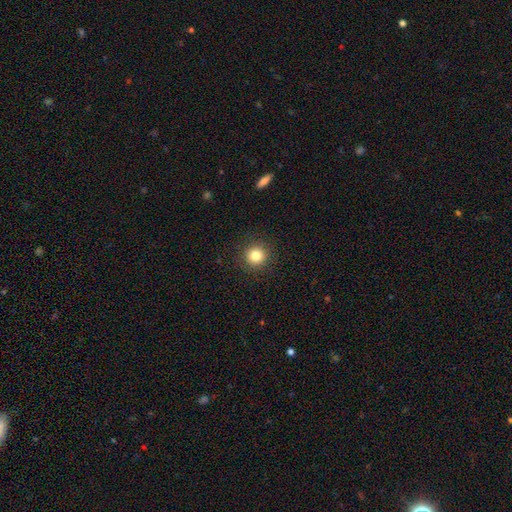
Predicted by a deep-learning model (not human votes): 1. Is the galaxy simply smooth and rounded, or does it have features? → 83% smooth, 11% star or artifact, 6% featured or disk.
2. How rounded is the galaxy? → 94% round, 5% in between, 1% cigar-shaped.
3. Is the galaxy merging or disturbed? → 91% none, 5% minor disturbance, 2% major disturbance, 1% merger.